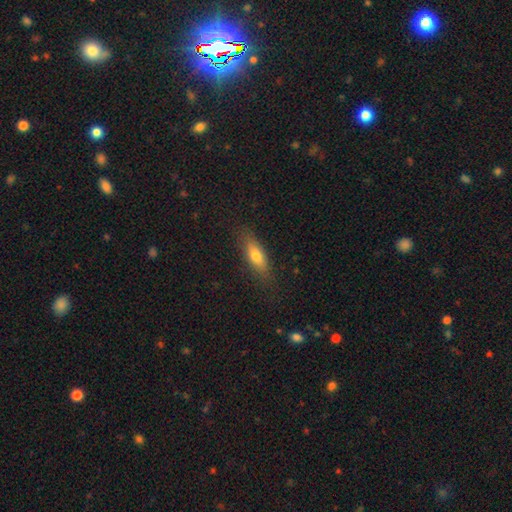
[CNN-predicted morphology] A smooth galaxy with no disk features (69%) that is in between round and cigar-shaped (60%). Merging: none (82%).